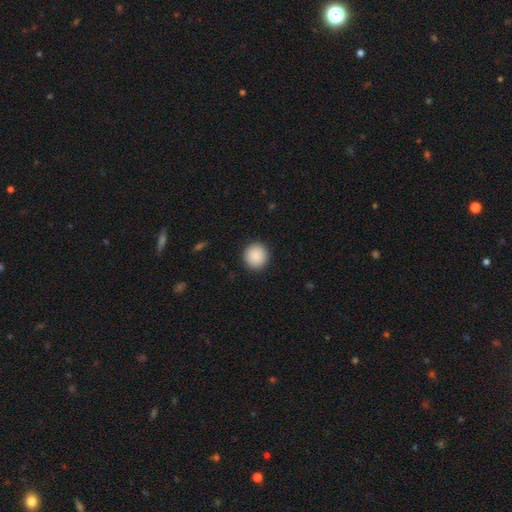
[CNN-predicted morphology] Smooth or featured?
  - smooth: 90% *
  - star or artifact: 7%
  - featured or disk: 3%
How rounded?
  - round: 92% *
  - in between: 7%
  - cigar-shaped: 1%
Merging?
  - none: 92% *
  - minor disturbance: 5%
  - major disturbance: 2%
  - merger: 1%